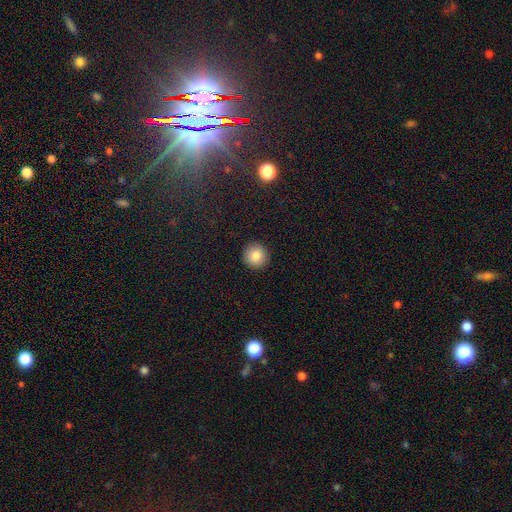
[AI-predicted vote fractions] smooth_or_featured: smooth (p=0.85) [alt: star or artifact p=0.09]
how_rounded: round (p=0.95) [alt: in between p=0.04]
merging: none (p=0.92) [alt: minor disturbance p=0.05]